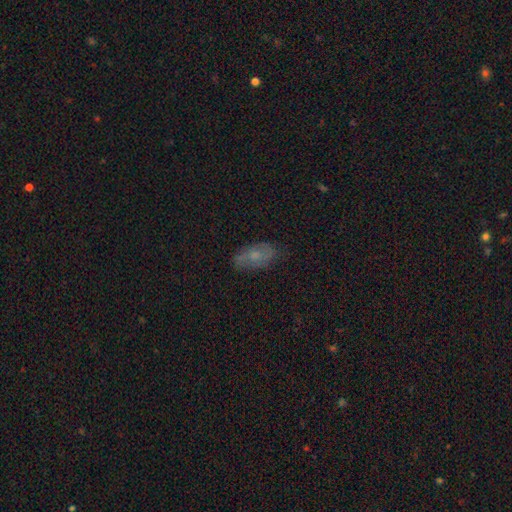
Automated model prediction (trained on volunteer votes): This is possibly a smooth galaxy (54%). How rounded: clearly in between (88%). Merging: likely none (73%).